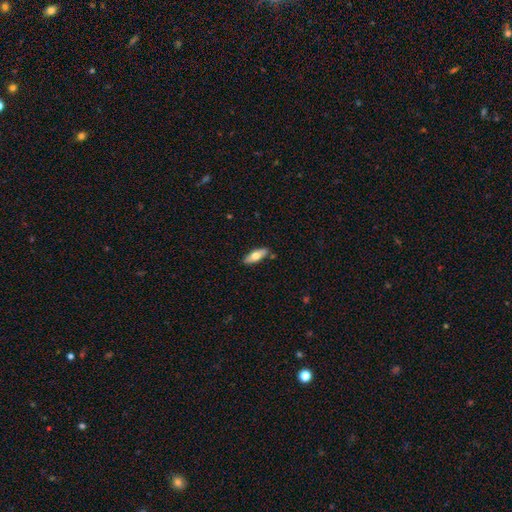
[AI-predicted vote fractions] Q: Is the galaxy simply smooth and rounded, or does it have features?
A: smooth — 64%.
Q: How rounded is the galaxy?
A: in between — 67%.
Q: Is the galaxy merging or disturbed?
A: none — 86%.